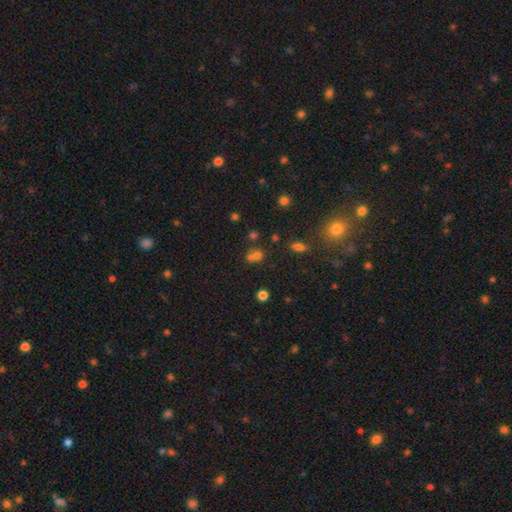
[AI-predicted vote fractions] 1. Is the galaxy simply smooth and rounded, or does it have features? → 64% smooth, 21% star or artifact, 14% featured or disk.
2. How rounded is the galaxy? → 71% round, 27% in between, 1% cigar-shaped.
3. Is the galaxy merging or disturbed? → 50% merger, 37% none, 8% minor disturbance, 4% major disturbance.